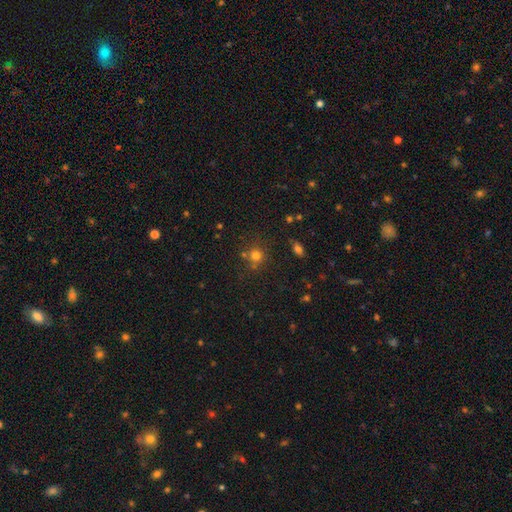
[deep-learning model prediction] Q: Smooth or featured?
A: smooth (73%); runner-up: star or artifact (19%)
Q: How rounded?
A: round (89%); runner-up: in between (10%)
Q: Merging?
A: none (71%); runner-up: merger (14%)